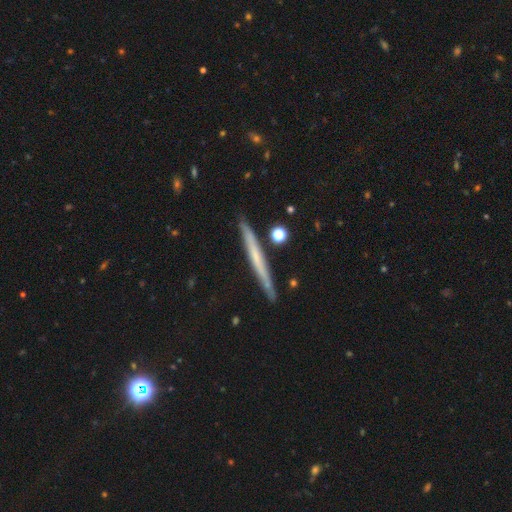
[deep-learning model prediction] A featured or disk galaxy (52%) viewed edge-on (96%).

Vote fractions:
- Smooth or featured? featured or disk: 52% / smooth: 42% / star or artifact: 6%
- Edge-on disk? yes: 96% / no: 4%
- Merging? none: 87% / minor disturbance: 9% / merger: 2% / major disturbance: 2%